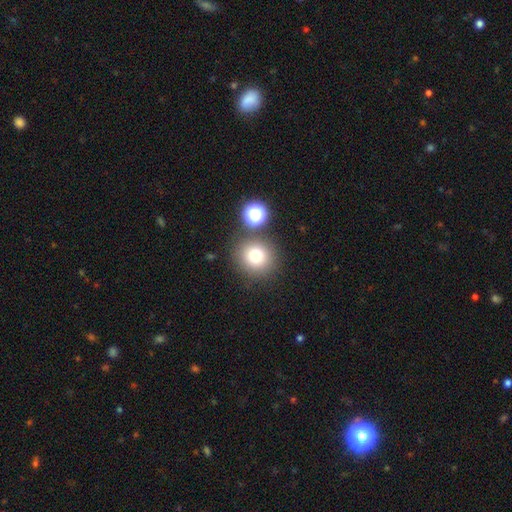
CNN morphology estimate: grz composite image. It shows a smooth galaxy with no disk features (76%) that is round (90%). Merging: none (79%).